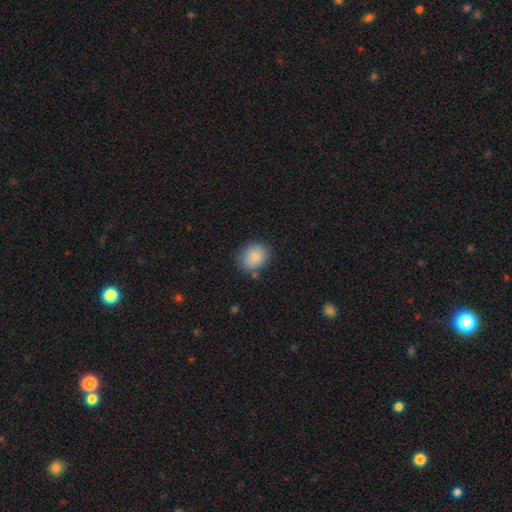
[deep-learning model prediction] smooth-or-featured: smooth: 87% | star or artifact: 8% | featured or disk: 5%
  how-rounded: round: 59% | in between: 40% | cigar-shaped: 1%
  merging: none: 79% | minor disturbance: 14% | major disturbance: 4% | merger: 3%